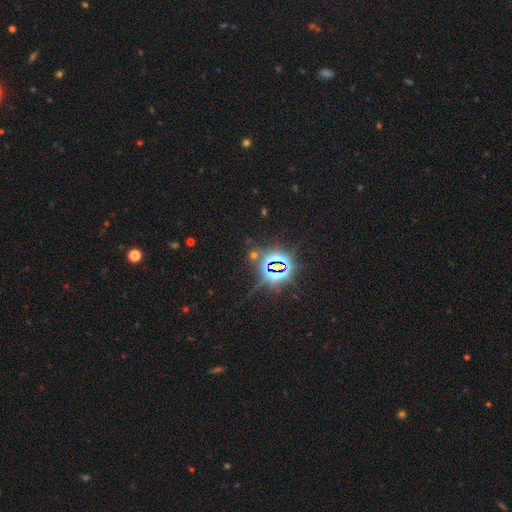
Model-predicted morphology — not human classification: The model was most divided on "smooth or featured": star or artifact: 83%, smooth: 9%, featured or disk: 7%.